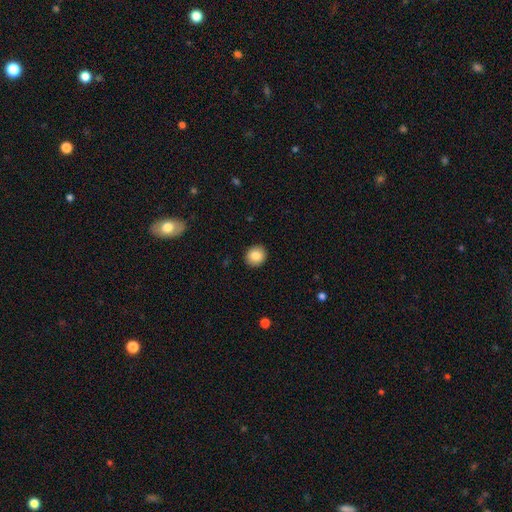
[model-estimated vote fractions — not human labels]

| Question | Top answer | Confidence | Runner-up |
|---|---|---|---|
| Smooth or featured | smooth | 85% | star or artifact (8%) |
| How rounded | round | 82% | in between (17%) |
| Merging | none | 92% | minor disturbance (6%) |